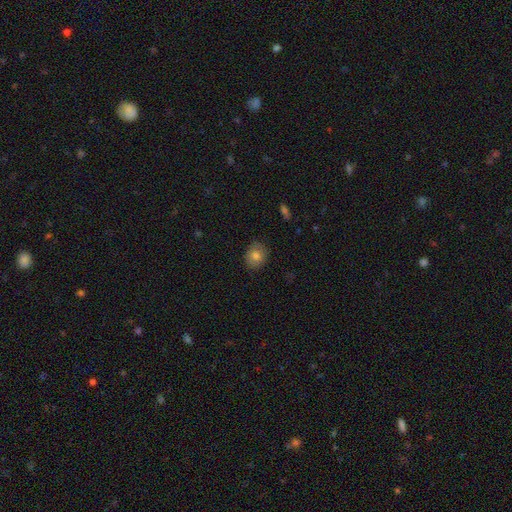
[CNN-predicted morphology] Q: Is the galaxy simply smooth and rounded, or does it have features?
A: smooth — 76%.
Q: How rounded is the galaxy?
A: round — 62%.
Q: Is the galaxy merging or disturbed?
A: none — 85%.